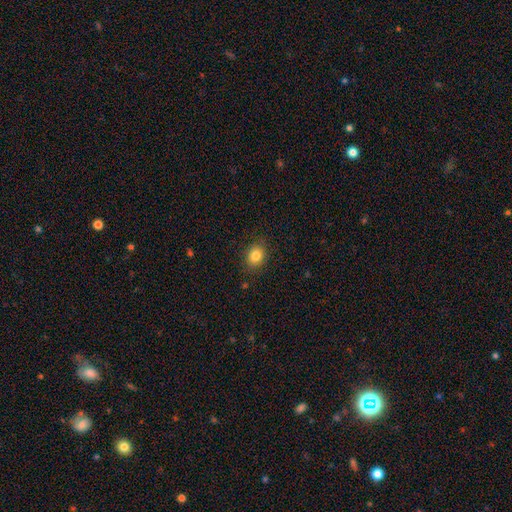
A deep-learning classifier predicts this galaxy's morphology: Overall: smooth (84%). How rounded: in between (57%; round 42%). Merging: none (87%).